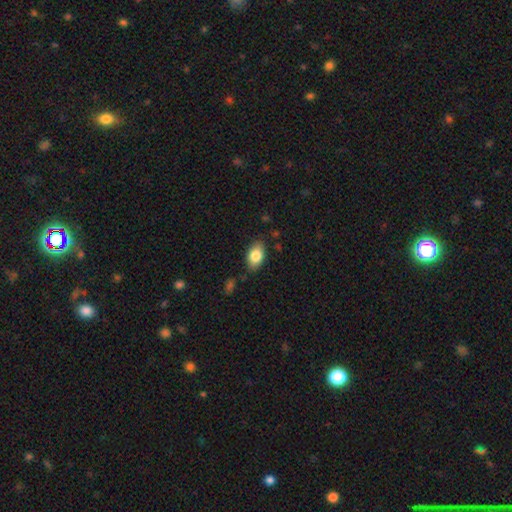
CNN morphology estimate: This appears to be a smooth galaxy with no disk features (83%) that is in between round and cigar-shaped (90%). Merging: none (82%).